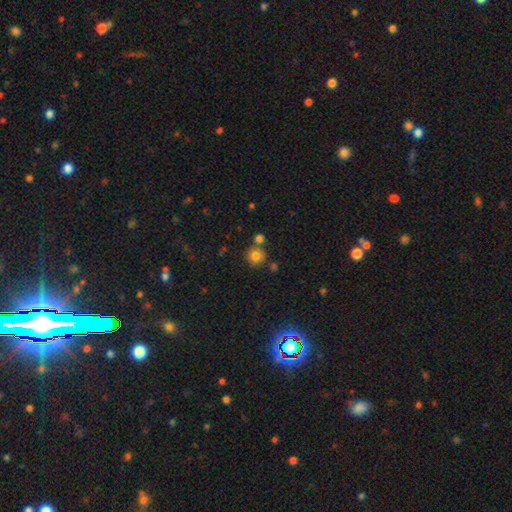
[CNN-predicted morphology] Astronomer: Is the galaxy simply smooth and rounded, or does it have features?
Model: smooth — 80%.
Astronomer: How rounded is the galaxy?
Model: round — 92%.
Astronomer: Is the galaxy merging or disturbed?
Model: none — 71%.